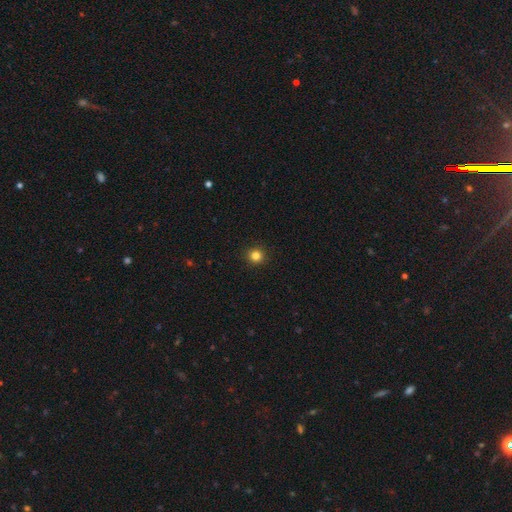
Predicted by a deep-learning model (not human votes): smooth_or_featured: smooth (p=0.83) [alt: star or artifact p=0.13]
how_rounded: round (p=0.95) [alt: in between p=0.05]
merging: none (p=0.93) [alt: minor disturbance p=0.04]